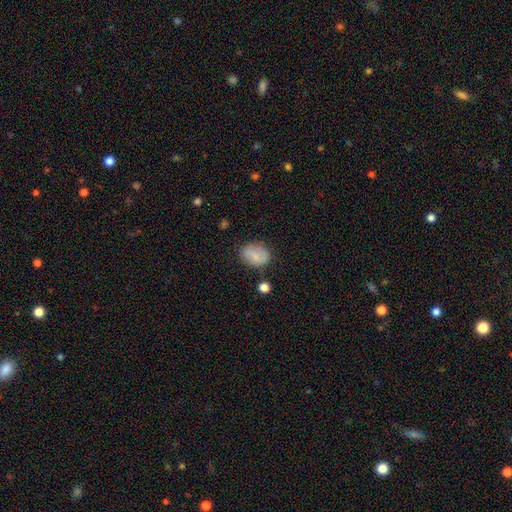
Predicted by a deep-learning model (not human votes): Smooth or featured? Predicted: smooth (p=0.75). How rounded? Predicted: in between (p=0.60). Merging? Predicted: none (p=0.76).